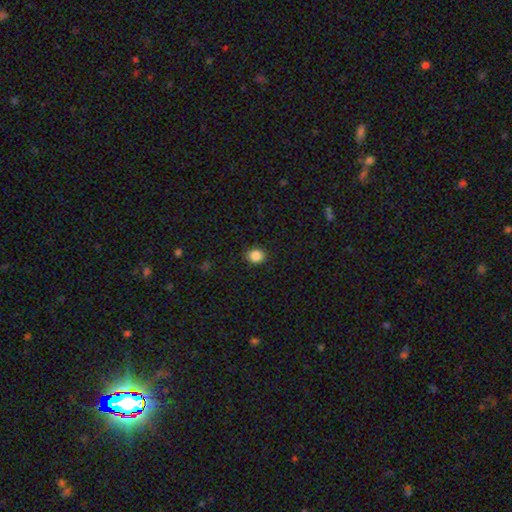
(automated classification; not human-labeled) Smooth or featured? Predicted: smooth (p=0.86). How rounded? Predicted: round (p=0.66). Merging? Predicted: none (p=0.89).